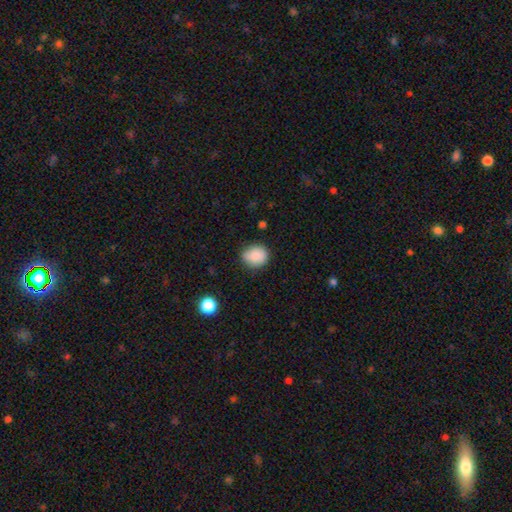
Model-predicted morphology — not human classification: Overall: smooth (87%). How rounded: round (72%). Merging: none (77%).